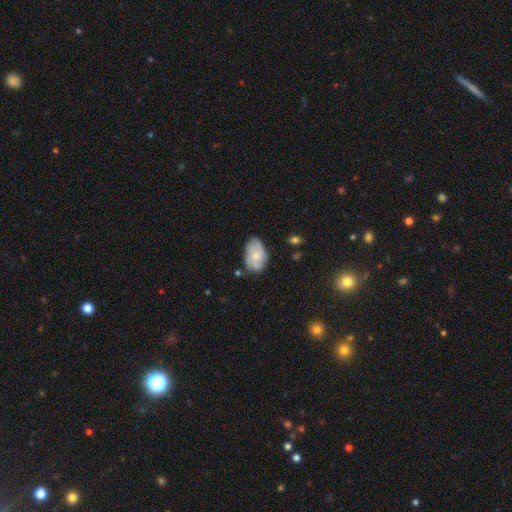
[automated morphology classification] This is possibly a smooth galaxy (56%). How rounded: clearly in between (88%). Merging: likely none (65%).